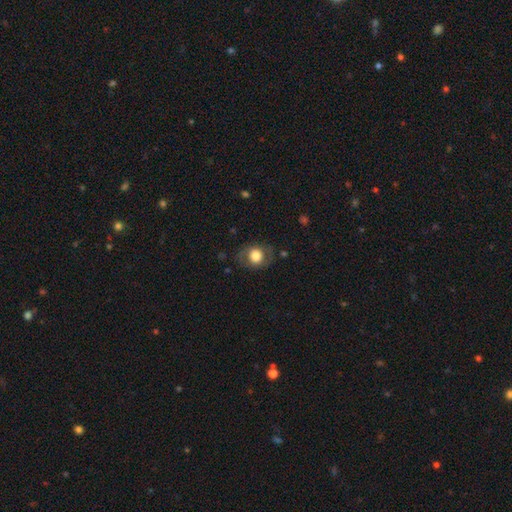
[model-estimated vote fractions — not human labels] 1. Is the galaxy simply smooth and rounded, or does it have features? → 65% smooth, 27% featured or disk, 8% star or artifact.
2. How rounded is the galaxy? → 66% round, 33% in between, 1% cigar-shaped.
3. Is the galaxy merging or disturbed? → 74% none, 15% minor disturbance, 9% major disturbance, 1% merger.